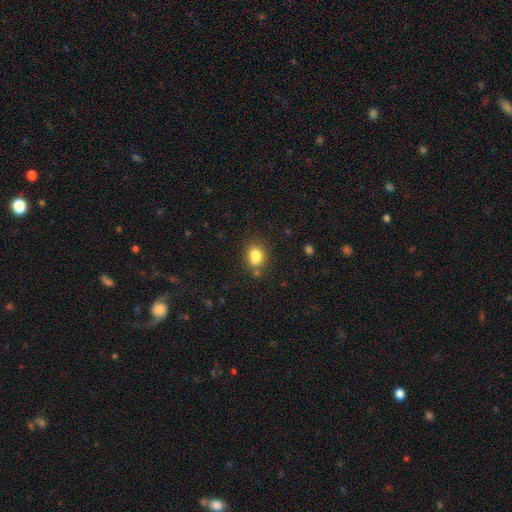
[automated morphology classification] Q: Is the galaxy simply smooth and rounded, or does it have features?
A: smooth — 81%.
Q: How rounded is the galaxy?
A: in between — 50%.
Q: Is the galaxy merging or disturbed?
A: none — 70%.